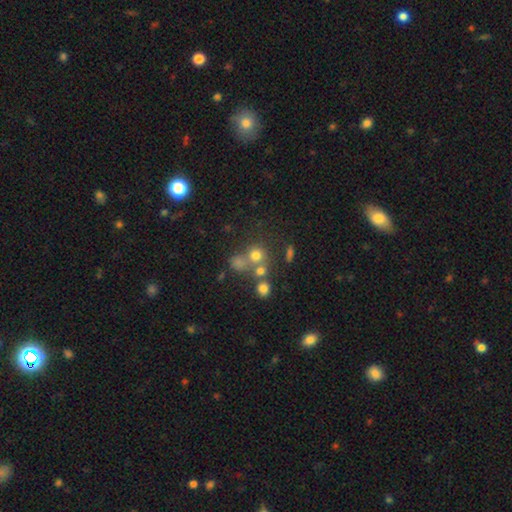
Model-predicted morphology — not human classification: Smooth or featured? smooth (69%)
How rounded? round (84%)
Merging? none (51%)